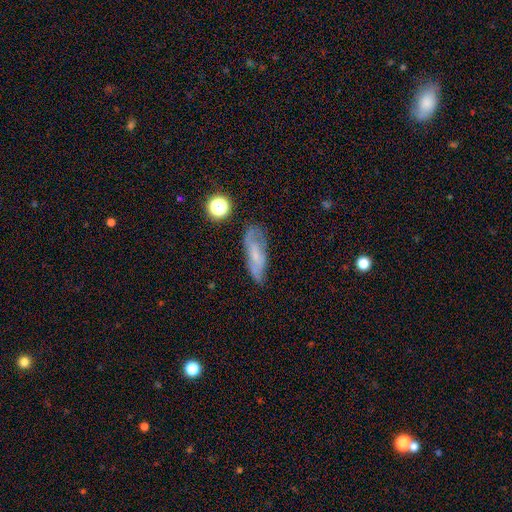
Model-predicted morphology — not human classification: Smooth or featured? featured or disk (49%)
Merging? none (66%)